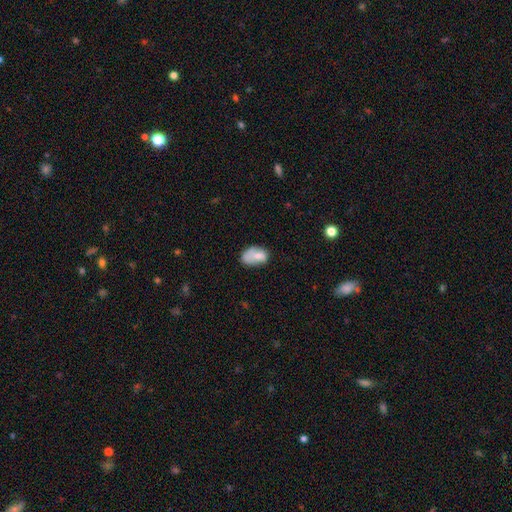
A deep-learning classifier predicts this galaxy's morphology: The model was most divided on "merging": none: 33%, minor disturbance: 27%, merger: 24%, major disturbance: 16%. More confident: how rounded — in between (85%); smooth or featured — smooth (67%).